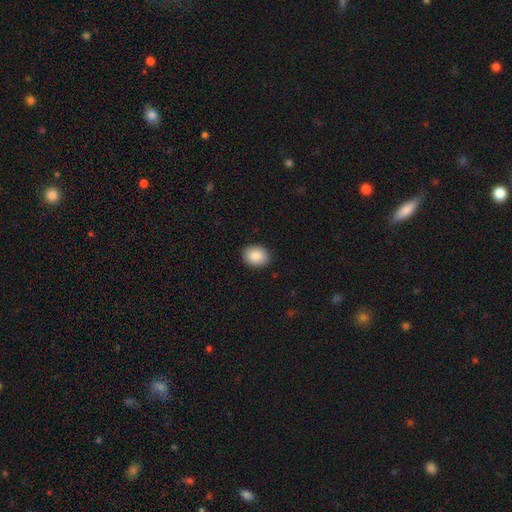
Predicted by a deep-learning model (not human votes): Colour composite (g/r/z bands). It shows a smooth galaxy with no disk features (88%) that is in between round and cigar-shaped (51%). Merging: none (90%).